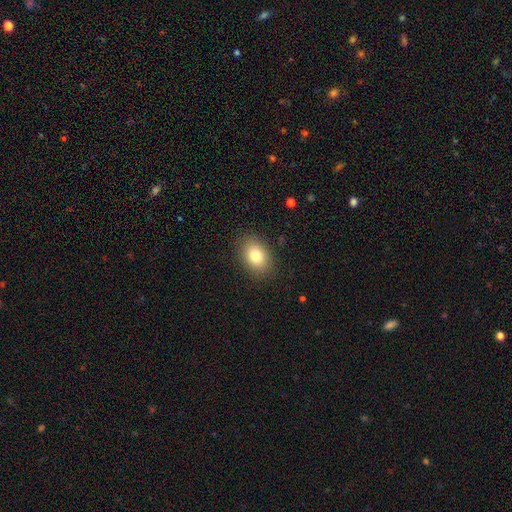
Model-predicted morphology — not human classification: smooth 81%, star or artifact 10%, featured or disk 10%. Down the decision tree: how rounded — in between (70%); merging — none (87%).